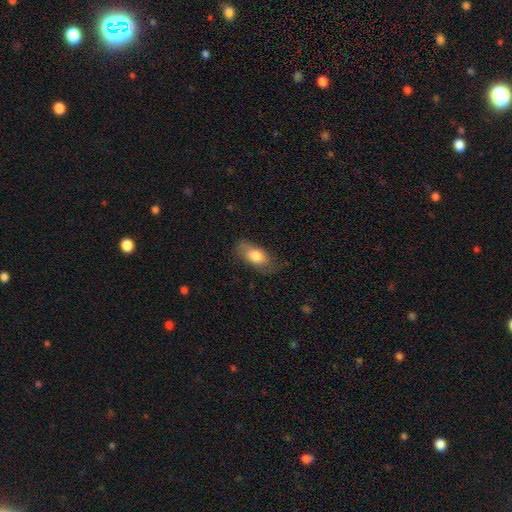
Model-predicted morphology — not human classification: A smooth galaxy with no disk features (73%) that is in between round and cigar-shaped (88%). Merging: none (68%).